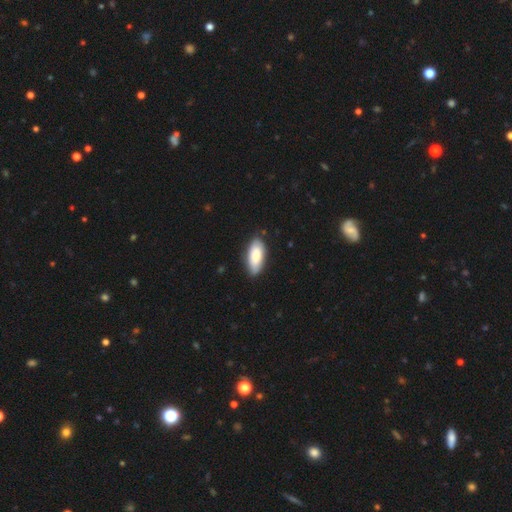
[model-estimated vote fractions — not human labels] Smooth or featured? smooth (83%)
How rounded? in between (87%)
Merging? none (82%)